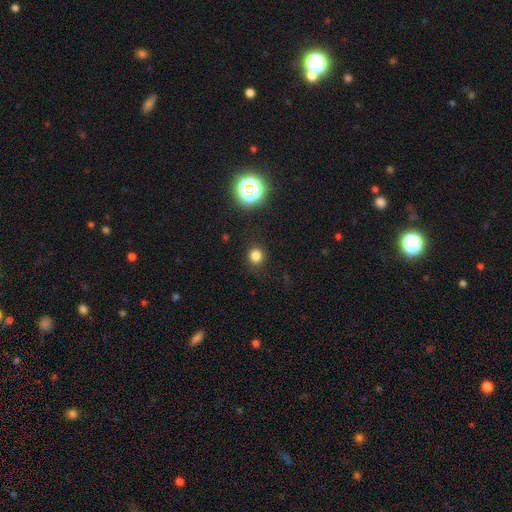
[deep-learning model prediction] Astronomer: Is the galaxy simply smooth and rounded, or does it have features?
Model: smooth — 78%.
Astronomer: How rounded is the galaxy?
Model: round — 89%.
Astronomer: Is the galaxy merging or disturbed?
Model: none — 89%.